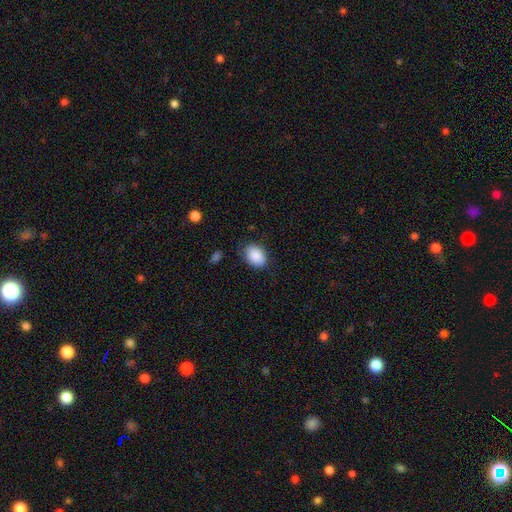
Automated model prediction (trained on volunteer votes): Morphology: type=smooth (89%); roundness=in between (77%); merging=none (78%).